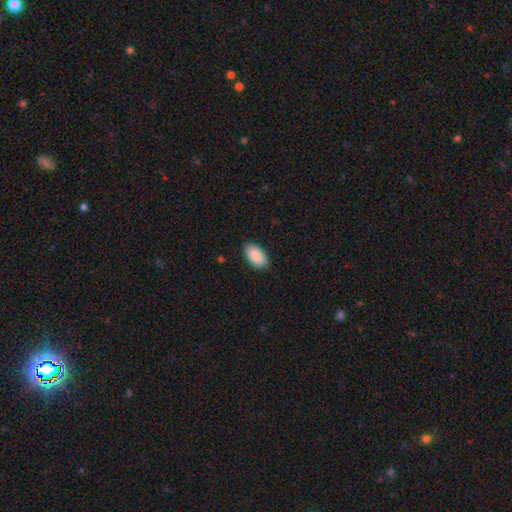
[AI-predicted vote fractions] A smooth galaxy with no disk features (90%) that is in between round and cigar-shaped (95%).

Vote fractions:
- Smooth or featured? smooth: 90% / star or artifact: 6% / featured or disk: 4%
- How rounded? in between: 95% / round: 3% / cigar-shaped: 2%
- Merging? none: 88% / minor disturbance: 9% / major disturbance: 2% / merger: 1%